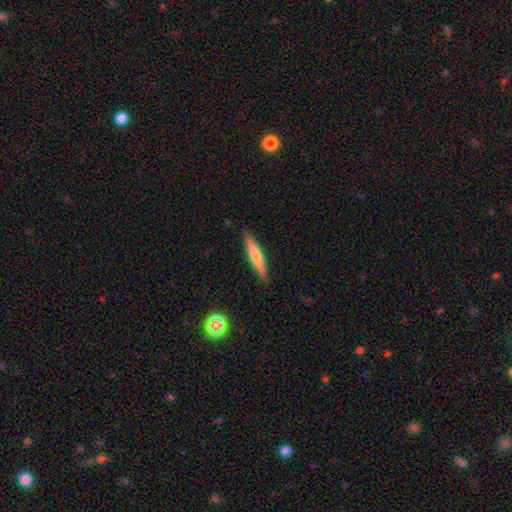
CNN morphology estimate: smooth-or-featured: smooth: 58% | featured or disk: 36% | star or artifact: 6%
  how-rounded: cigar-shaped: 90% | in between: 9% | round: 1%
  merging: none: 90% | minor disturbance: 7% | major disturbance: 2% | merger: 1%